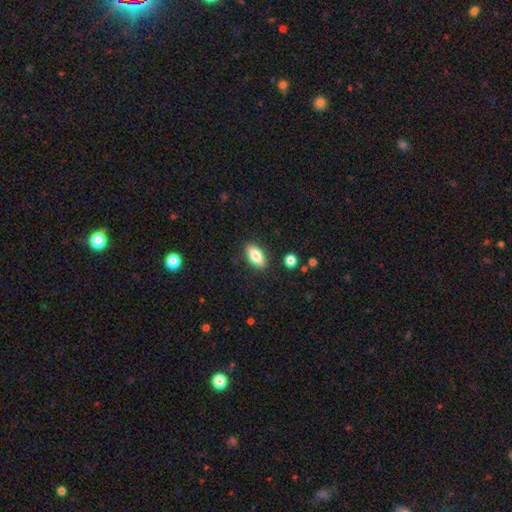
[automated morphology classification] Smooth or featured? smooth (80%)
How rounded? in between (85%)
Merging? none (87%)